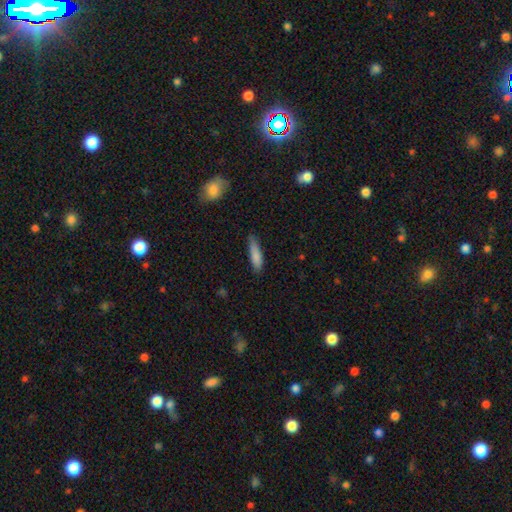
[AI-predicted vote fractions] The model was most divided on "how rounded": cigar-shaped: 71%, in between: 28%, round: 2%. More confident: smooth or featured — smooth (84%); merging — none (71%).